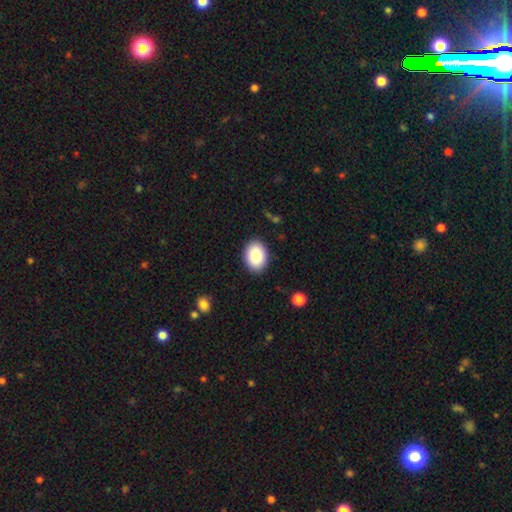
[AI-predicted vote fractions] Morphology: type=smooth (88%); roundness=in between (73%); merging=none (89%).